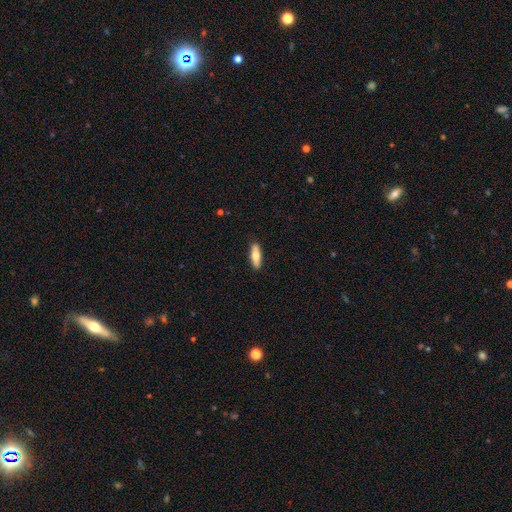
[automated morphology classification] Smooth or featured?
  - smooth: 62% *
  - featured or disk: 32%
  - star or artifact: 6%
How rounded?
  - cigar-shaped: 52% *
  - in between: 46%
  - round: 3%
Merging?
  - none: 90% *
  - minor disturbance: 8%
  - major disturbance: 2%
  - merger: 1%